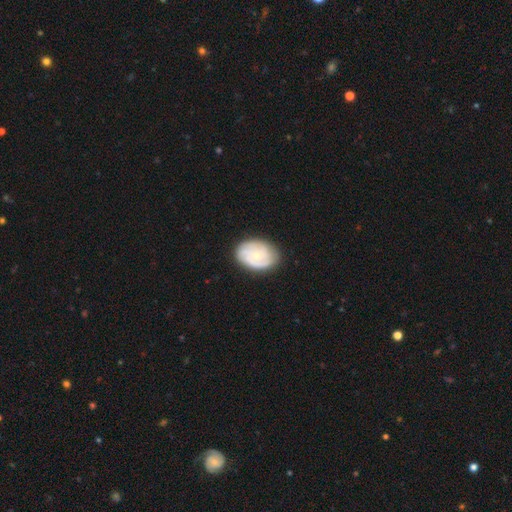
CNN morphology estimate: The model was most divided on "spiral arm count": can't tell: 35%, 2: 28%, 3: 21%, 1: 6%, 4: 5%, more than 4: 4%. More confident: edge-on disk — no (97%); spiral arms — yes (83%); bar — no (78%); merging — none (76%); smooth or featured — featured or disk (63%); bulge size — small (61%); spiral winding — tight (59%).